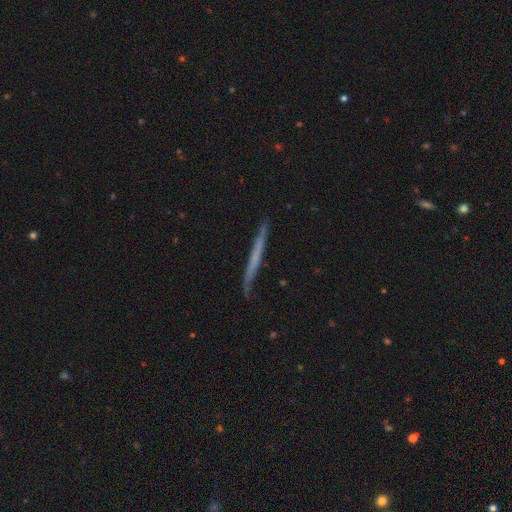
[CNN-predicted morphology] type=featured or disk (49%); merging=none (85%).